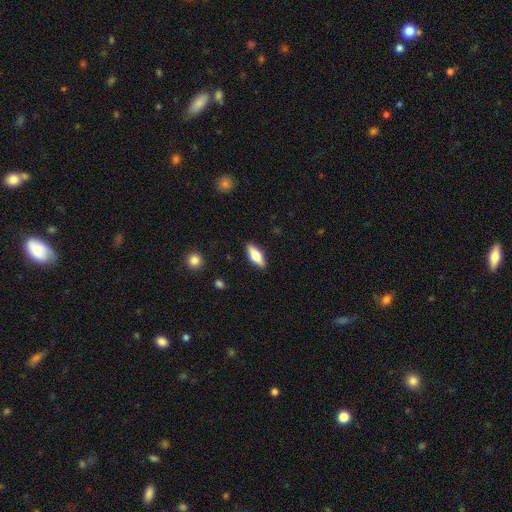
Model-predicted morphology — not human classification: smooth 59%, featured or disk 35%, star or artifact 6%. Down the decision tree: how rounded — in between (64%); merging — none (89%).